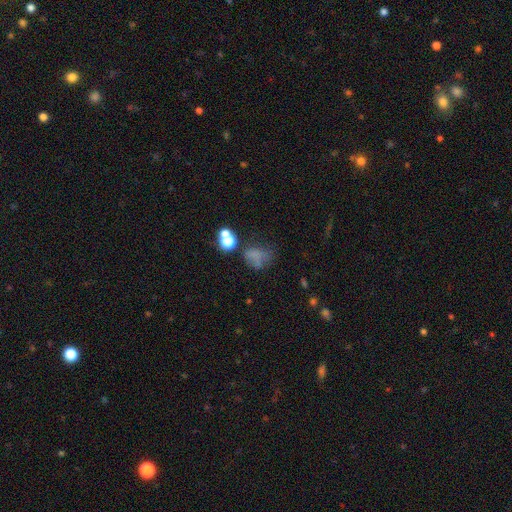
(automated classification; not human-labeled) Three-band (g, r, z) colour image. It shows a smooth galaxy with no disk features (56%) that is in between round and cigar-shaped (54%). Merging: none (35%).